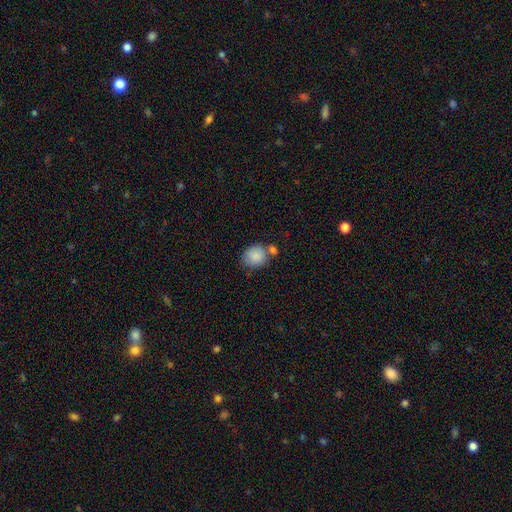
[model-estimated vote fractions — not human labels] Q: Smooth or featured?
A: smooth (86%); runner-up: star or artifact (8%)
Q: How rounded?
A: round (64%); runner-up: in between (35%)
Q: Merging?
A: none (54%); runner-up: merger (26%)